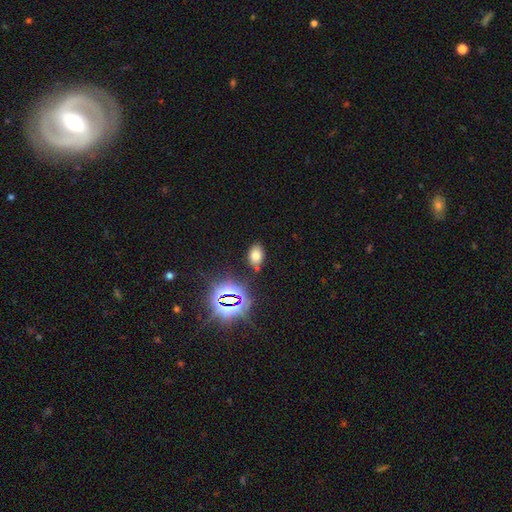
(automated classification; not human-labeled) The model was most divided on "smooth or featured": smooth: 67%, star or artifact: 25%, featured or disk: 9%. More confident: how rounded — in between (85%); merging — none (79%).